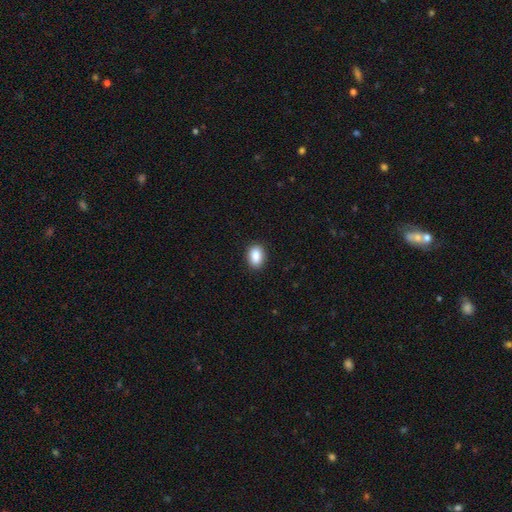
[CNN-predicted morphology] Q: Smooth or featured?
A: smooth (88%); runner-up: star or artifact (8%)
Q: How rounded?
A: in between (82%); runner-up: round (17%)
Q: Merging?
A: none (89%); runner-up: minor disturbance (8%)